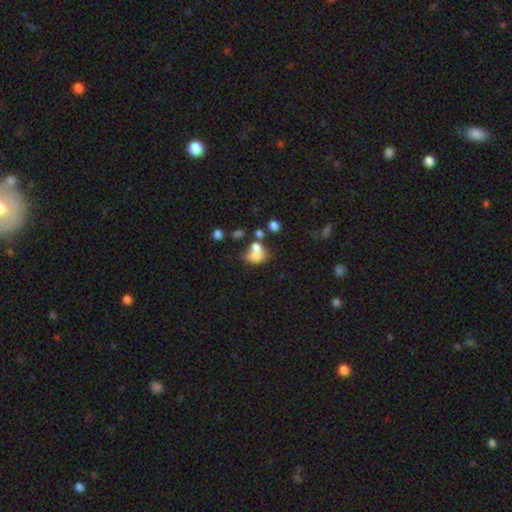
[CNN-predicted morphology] smooth-or-featured: smooth: 65% | featured or disk: 21% | star or artifact: 14%
  how-rounded: in between: 62% | round: 37% | cigar-shaped: 2%
  merging: merger: 53% | none: 26% | minor disturbance: 11% | major disturbance: 10%